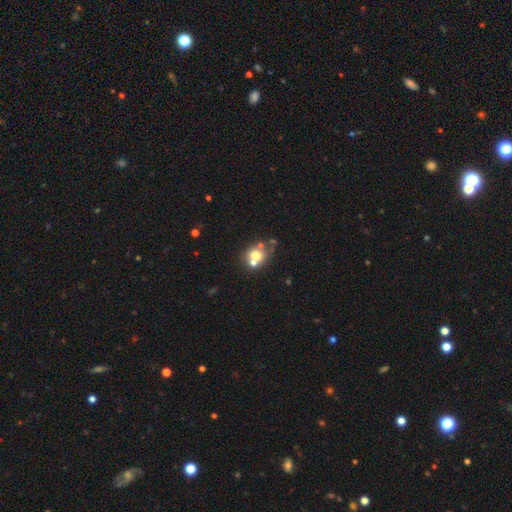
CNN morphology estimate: This appears to be a smooth galaxy with no disk features (64%) that is round (70%). Merging: none (42%, tied with merger).